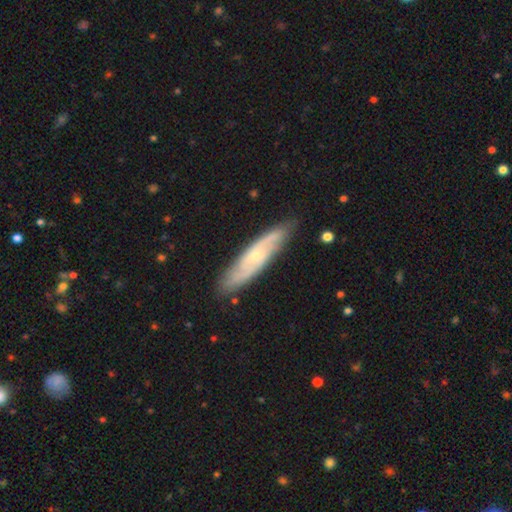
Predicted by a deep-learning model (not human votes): A featured or disk galaxy (70%). Merging: none (84%).